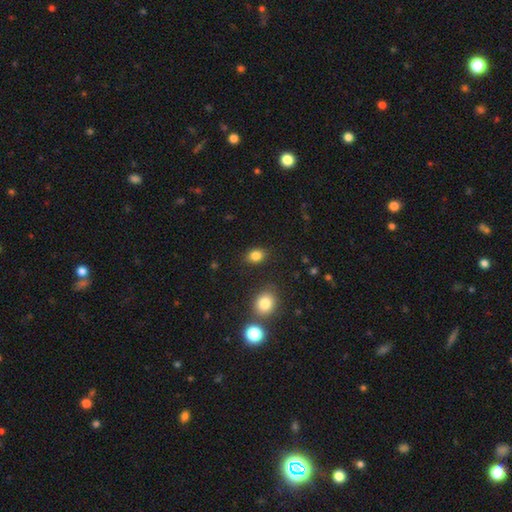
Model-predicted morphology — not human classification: smooth-or-featured: smooth: 84% | star or artifact: 11% | featured or disk: 5%
  how-rounded: in between: 58% | round: 41% | cigar-shaped: 1%
  merging: none: 85% | minor disturbance: 10% | major disturbance: 3% | merger: 2%